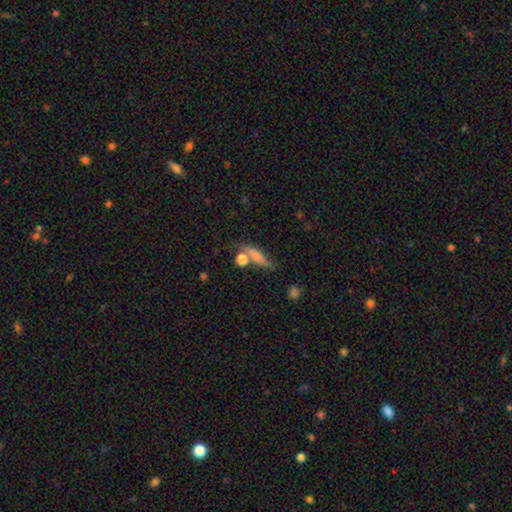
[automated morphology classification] smooth_or_featured: smooth (p=0.69) [alt: featured or disk p=0.20]
how_rounded: cigar-shaped (p=0.57) [alt: in between p=0.30]
merging: none (p=0.56) [alt: merger p=0.20]